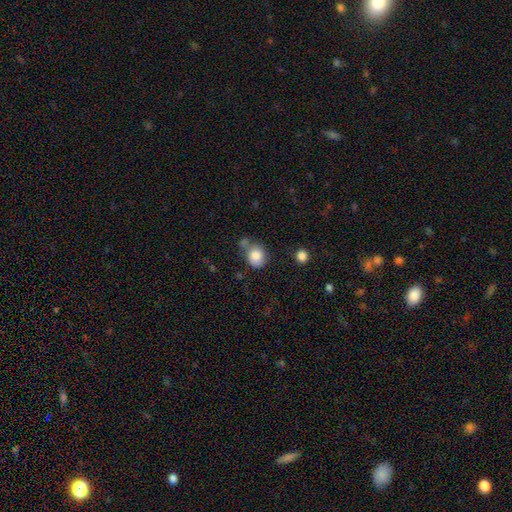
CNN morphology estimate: This appears to be a smooth galaxy with no disk features (82%) that is round (70%). Merging: none (53%).